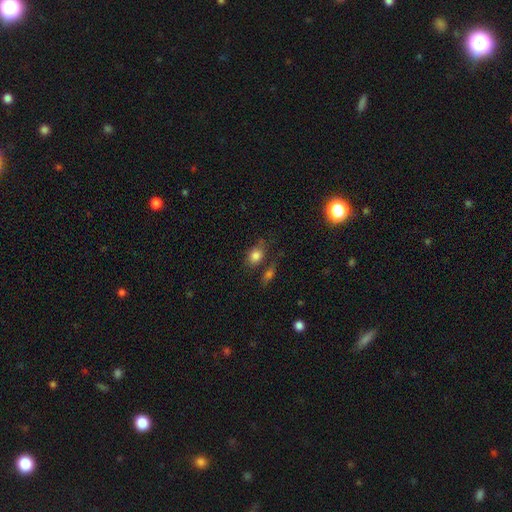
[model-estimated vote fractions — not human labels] Q: Smooth or featured?
A: smooth (81%); runner-up: star or artifact (10%)
Q: How rounded?
A: in between (62%); runner-up: round (35%)
Q: Merging?
A: none (60%); runner-up: minor disturbance (19%)